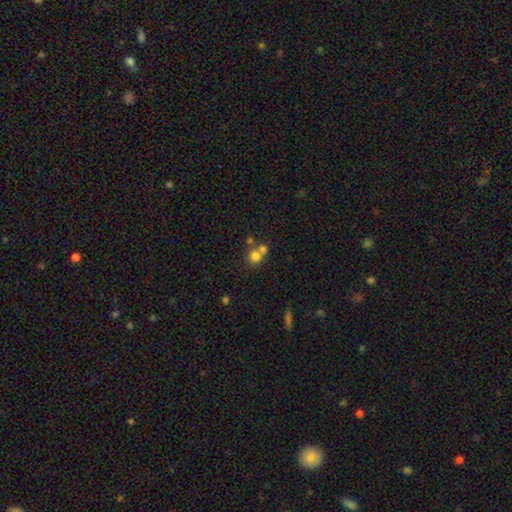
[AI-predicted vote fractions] Smooth or featured?
  - smooth: 74% *
  - featured or disk: 13%
  - star or artifact: 13%
How rounded?
  - round: 85% *
  - in between: 14%
  - cigar-shaped: 1%
Merging?
  - merger: 48% *
  - none: 42%
  - minor disturbance: 6%
  - major disturbance: 3%